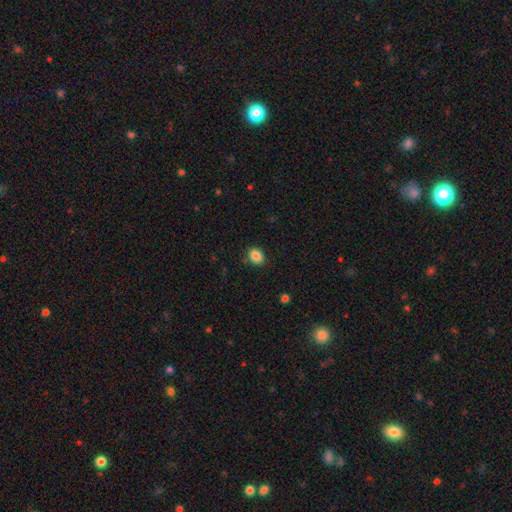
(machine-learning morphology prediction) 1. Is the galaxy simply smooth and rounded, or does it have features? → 86% smooth, 9% star or artifact, 4% featured or disk.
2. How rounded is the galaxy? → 57% in between, 42% round, 1% cigar-shaped.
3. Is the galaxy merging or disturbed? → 85% none, 11% minor disturbance, 2% major disturbance, 1% merger.